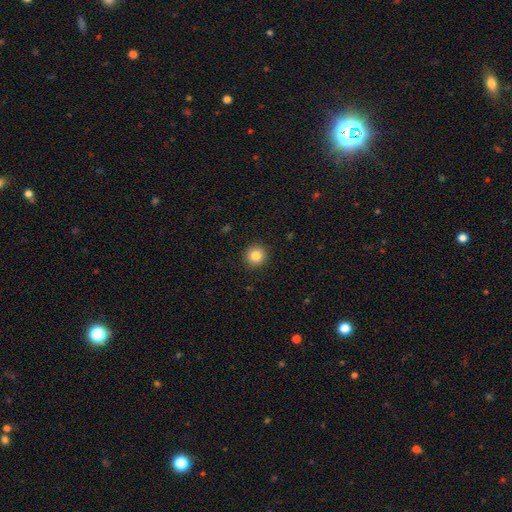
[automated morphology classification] This is clearly a smooth galaxy (85%). How rounded: clearly round (94%). Merging: clearly none (92%).